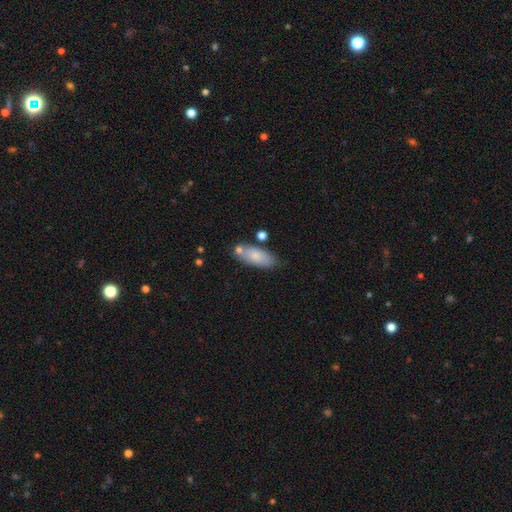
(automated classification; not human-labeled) Smooth or featured: smooth — 77% (featured or disk — 16%)
How rounded: in between — 81% (cigar-shaped — 17%)
Merging: none — 65% (minor disturbance — 20%)